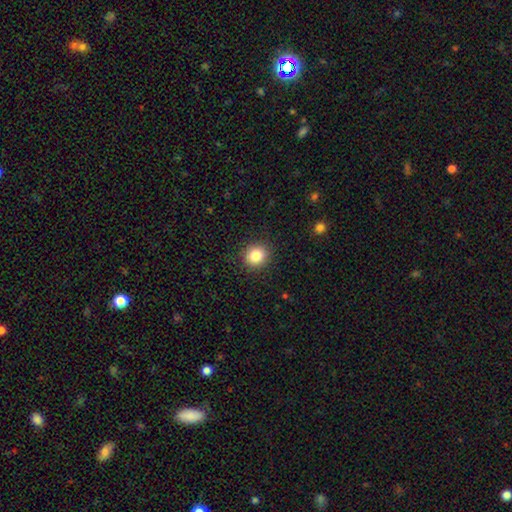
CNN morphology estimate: Smooth or featured?
  - smooth: 84% *
  - star or artifact: 10%
  - featured or disk: 6%
How rounded?
  - round: 82% *
  - in between: 17%
  - cigar-shaped: 1%
Merging?
  - none: 89% *
  - minor disturbance: 7%
  - major disturbance: 2%
  - merger: 1%